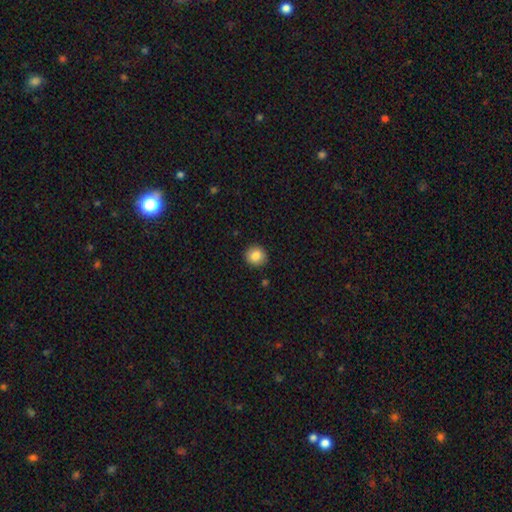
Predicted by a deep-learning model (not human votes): Smooth or featured?
  - smooth: 85% *
  - star or artifact: 9%
  - featured or disk: 6%
How rounded?
  - round: 91% *
  - in between: 8%
  - cigar-shaped: 1%
Merging?
  - none: 91% *
  - minor disturbance: 6%
  - major disturbance: 2%
  - merger: 1%